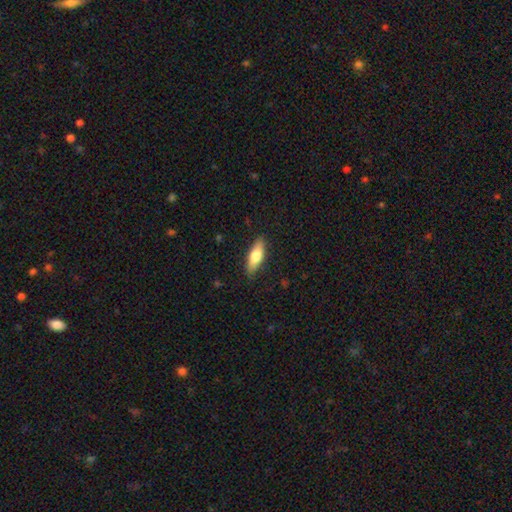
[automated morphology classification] Smooth or featured? smooth (72%)
How rounded? in between (60%)
Merging? none (86%)